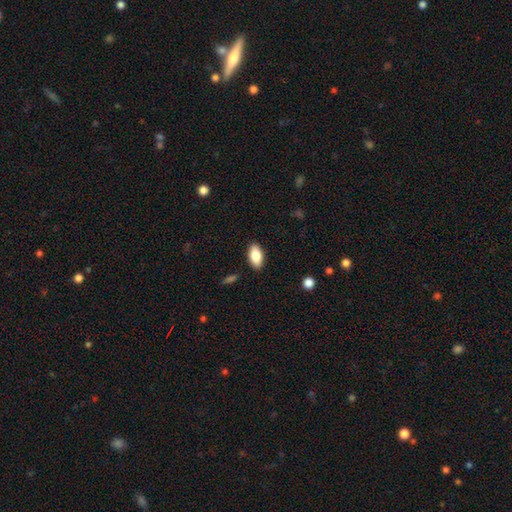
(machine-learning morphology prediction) smooth_or_featured: smooth (p=0.84) [alt: featured or disk p=0.10]
how_rounded: in between (p=0.92) [alt: cigar-shaped p=0.05]
merging: none (p=0.89) [alt: minor disturbance p=0.08]